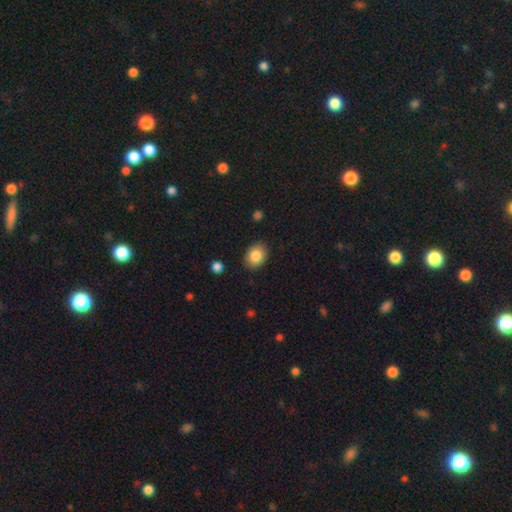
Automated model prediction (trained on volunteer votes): smooth-or-featured: smooth: 85% | star or artifact: 8% | featured or disk: 7%
  how-rounded: in between: 65% | round: 35% | cigar-shaped: 1%
  merging: none: 87% | minor disturbance: 10% | major disturbance: 2% | merger: 1%